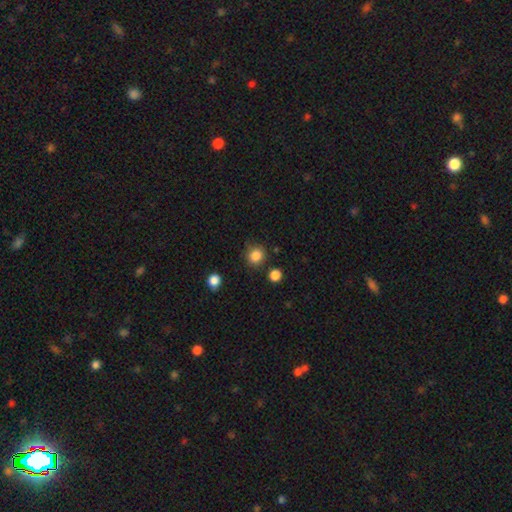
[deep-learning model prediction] Smooth or featured? smooth (85%)
How rounded? round (85%)
Merging? none (82%)